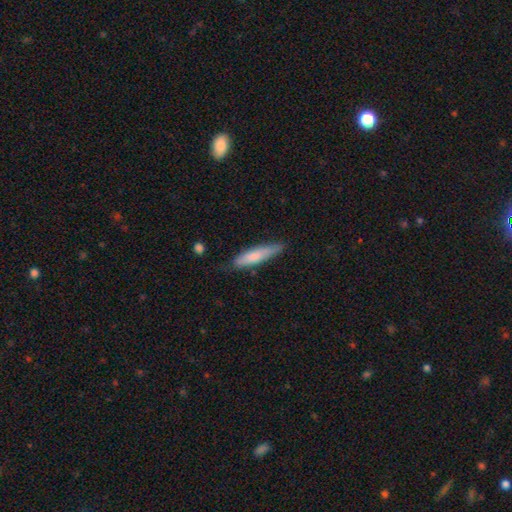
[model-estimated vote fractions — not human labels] This is likely a smooth galaxy (72%). How rounded: clearly cigar-shaped (82%). Merging: likely none (76%).